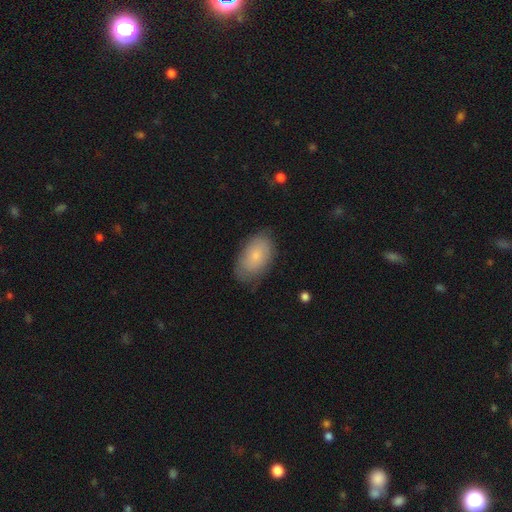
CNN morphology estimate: Overall: smooth (75%). How rounded: in between (92%). Merging: none (73%).